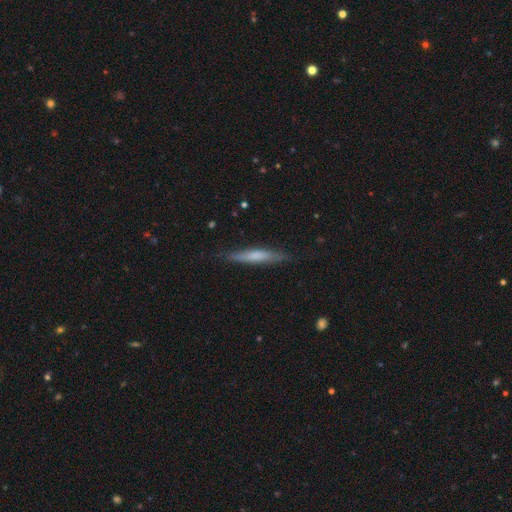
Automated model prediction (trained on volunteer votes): smooth 54%, featured or disk 41%, star or artifact 6%. Down the decision tree: how rounded — cigar-shaped (92%); merging — none (84%).